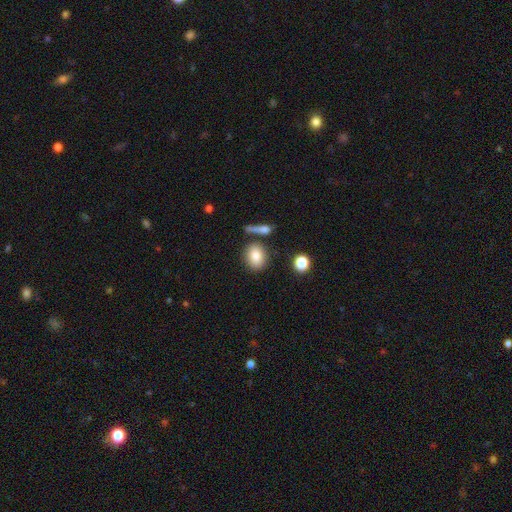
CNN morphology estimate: The model was most divided on "how rounded": round: 52%, in between: 46%, cigar-shaped: 2%. More confident: smooth or featured — smooth (82%); merging — none (73%).